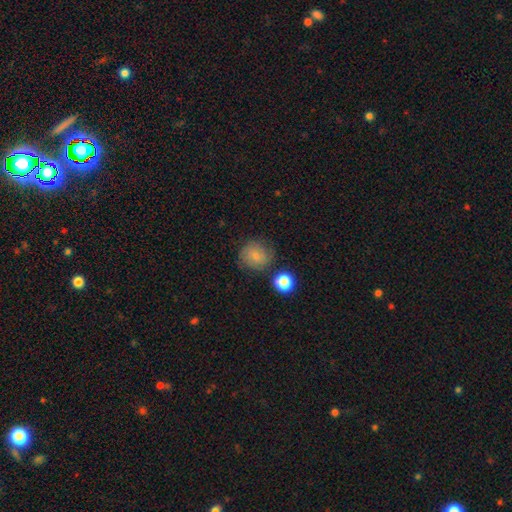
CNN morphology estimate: Smooth or featured: smooth — 65% (featured or disk — 23%)
How rounded: round — 84% (in between — 15%)
Merging: none — 73% (minor disturbance — 17%)